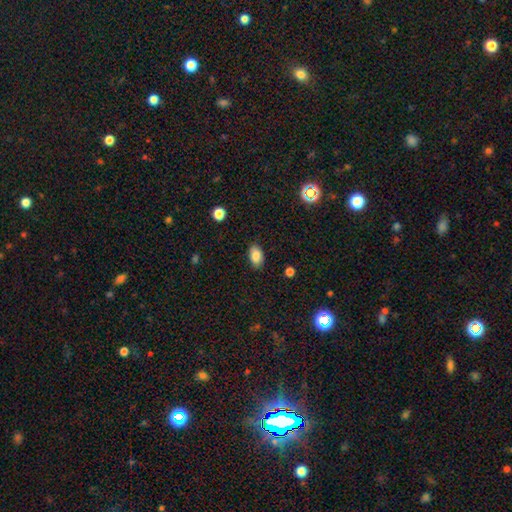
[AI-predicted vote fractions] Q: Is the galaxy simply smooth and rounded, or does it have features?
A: smooth — 84%.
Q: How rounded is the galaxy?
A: in between — 90%.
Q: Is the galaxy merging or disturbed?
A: none — 85%.